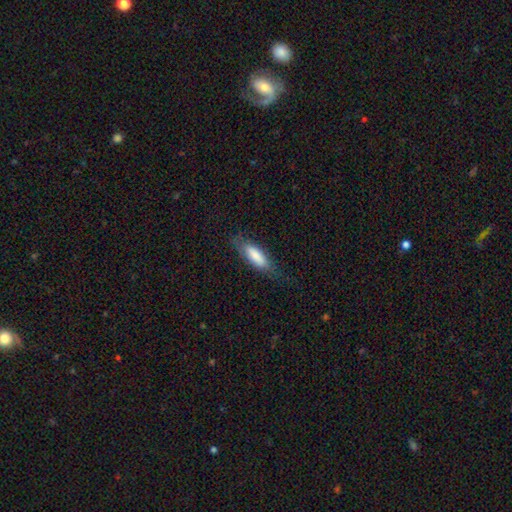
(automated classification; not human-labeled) This is likely a smooth galaxy (76%). How rounded: possibly in between (60%). Merging: likely none (71%).